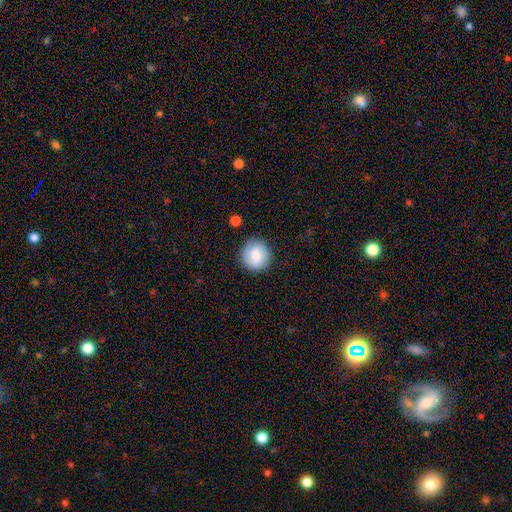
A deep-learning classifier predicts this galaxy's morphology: type=smooth (70%); roundness=round (88%); merging=none (83%).